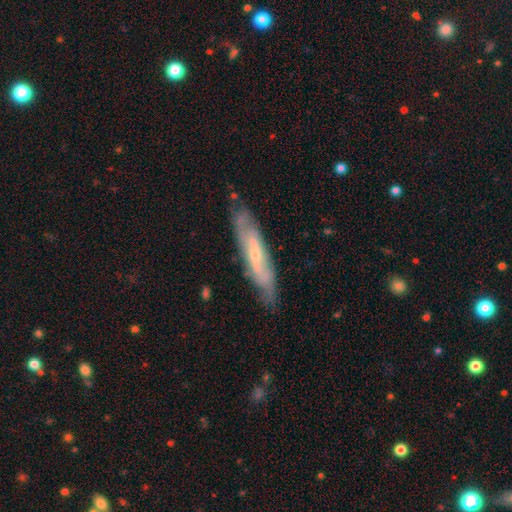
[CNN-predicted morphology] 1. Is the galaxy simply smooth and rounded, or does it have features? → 66% featured or disk, 28% smooth, 6% star or artifact.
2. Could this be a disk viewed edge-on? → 56% no, 44% yes.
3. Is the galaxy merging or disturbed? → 76% none, 18% minor disturbance, 4% major disturbance, 2% merger.